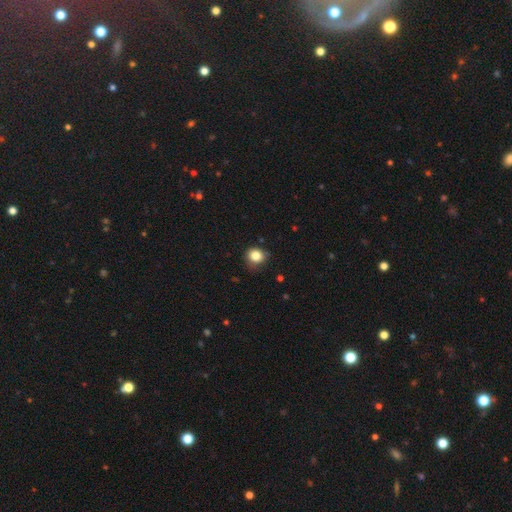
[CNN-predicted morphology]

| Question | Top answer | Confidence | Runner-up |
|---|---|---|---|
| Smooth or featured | smooth | 83% | star or artifact (11%) |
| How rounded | round | 76% | in between (23%) |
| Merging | none | 71% | minor disturbance (23%) |